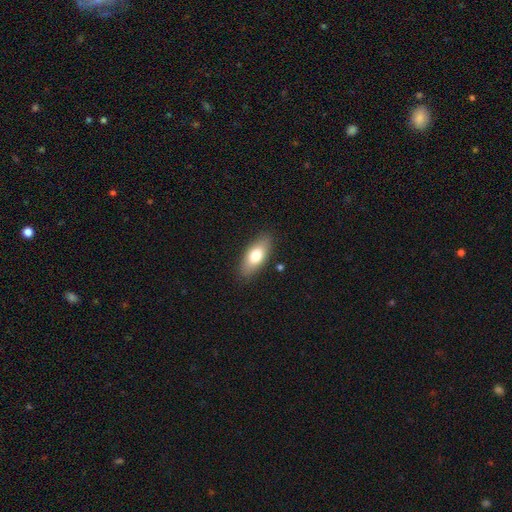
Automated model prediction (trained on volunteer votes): smooth_or_featured: smooth (p=0.73) [alt: featured or disk p=0.20]
how_rounded: in between (p=0.83) [alt: cigar-shaped p=0.14]
merging: none (p=0.86) [alt: minor disturbance p=0.10]